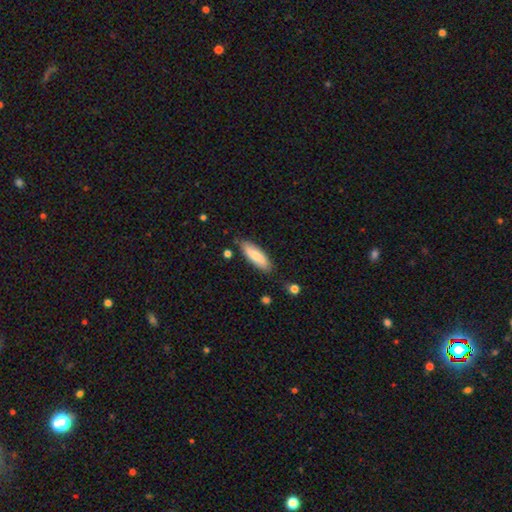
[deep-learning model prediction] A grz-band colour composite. It shows a smooth galaxy with no disk features (76%) that is in between round and cigar-shaped (56%). Merging: none (80%).